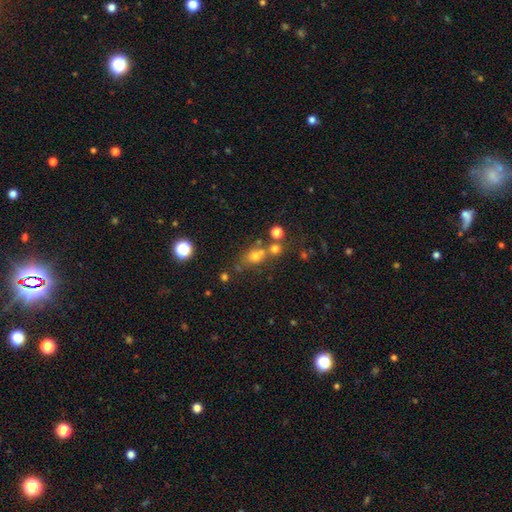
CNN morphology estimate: Smooth or featured? Predicted: smooth (p=0.61). How rounded? Predicted: round (p=0.58). Merging? Predicted: none (p=0.53).